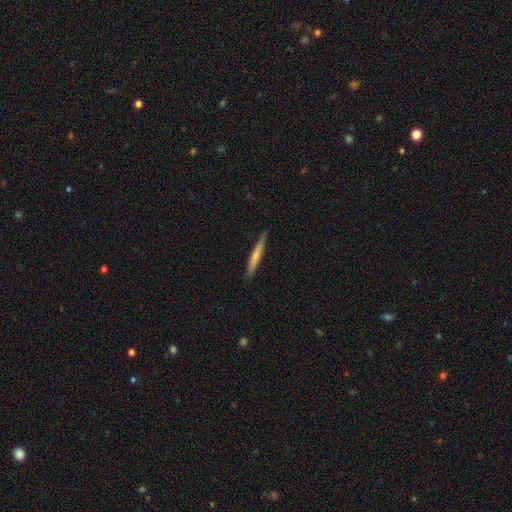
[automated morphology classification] type=smooth (60%); roundness=cigar-shaped (95%); merging=none (89%).